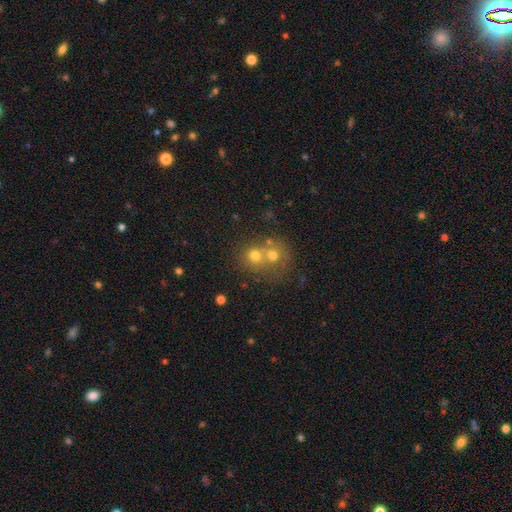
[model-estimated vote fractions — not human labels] A smooth galaxy with no disk features (62%) that is round (78%). Merging: merger (59%).